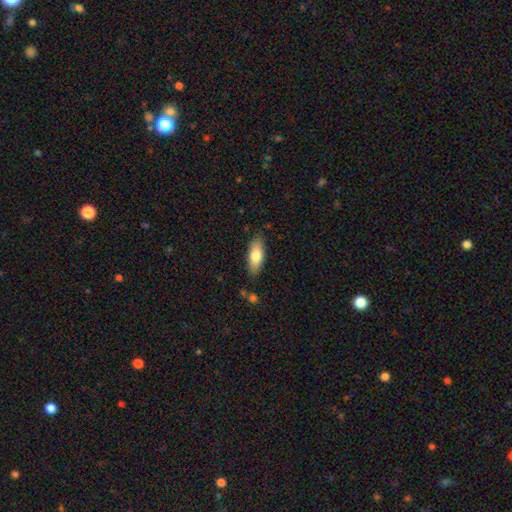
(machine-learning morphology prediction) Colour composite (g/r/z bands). It shows a smooth galaxy with no disk features (76%) that is in between round and cigar-shaped (77%). Merging: none (83%).